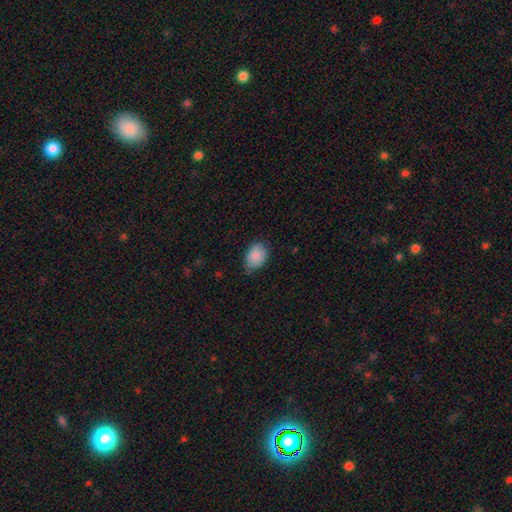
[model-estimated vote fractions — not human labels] Morphology: type=smooth (88%); roundness=in between (82%); merging=none (67%).